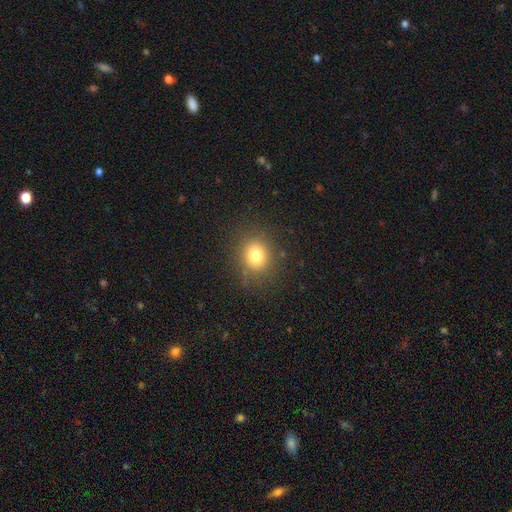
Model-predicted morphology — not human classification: Overall: smooth (78%). How rounded: round (74%). Merging: none (84%).